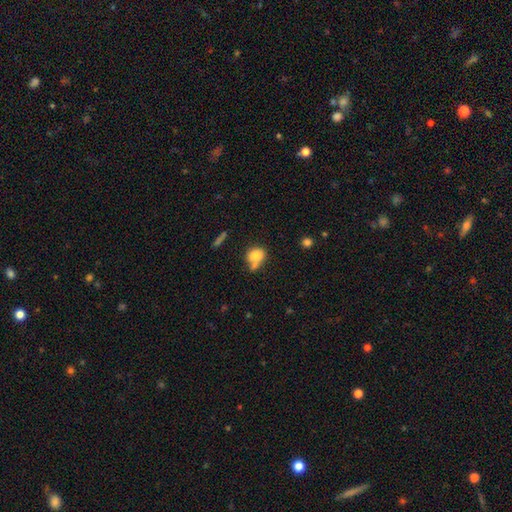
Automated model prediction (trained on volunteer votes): smooth 77%, featured or disk 13%, star or artifact 10%. Down the decision tree: how rounded — round (61%); merging — none (45%).